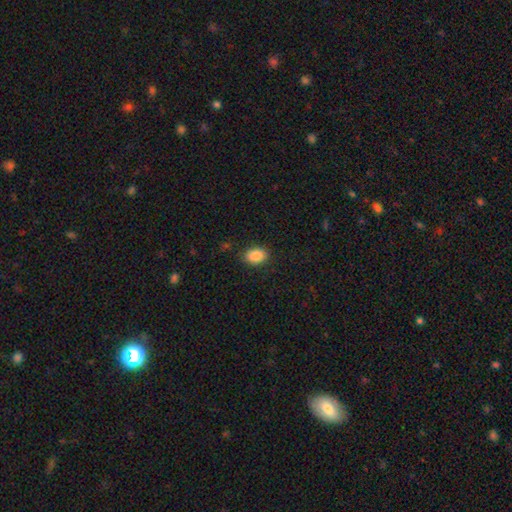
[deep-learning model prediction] Overall: smooth (89%). How rounded: in between (84%). Merging: none (87%).